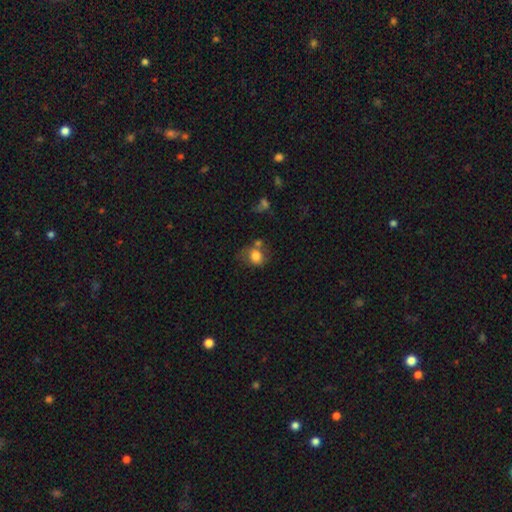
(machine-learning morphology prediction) type=smooth (77%); roundness=round (55%); merging=none (42%).